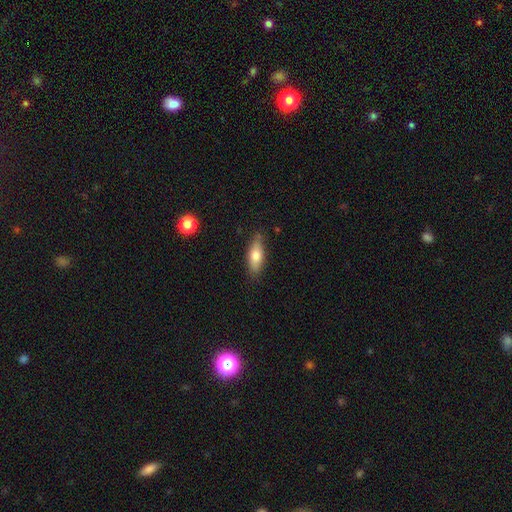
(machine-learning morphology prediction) The model was most divided on "how rounded": in between: 72%, cigar-shaped: 25%, round: 3%. More confident: merging — none (80%); smooth or featured — smooth (72%).